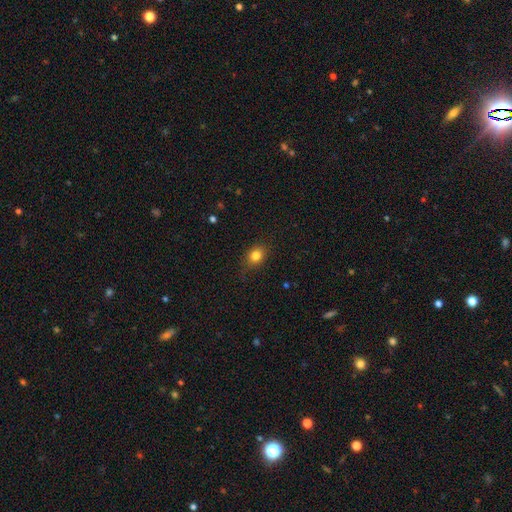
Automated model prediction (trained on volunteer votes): Smooth or featured?
  - smooth: 81% *
  - star or artifact: 12%
  - featured or disk: 8%
How rounded?
  - round: 52% *
  - in between: 47%
  - cigar-shaped: 1%
Merging?
  - none: 80% *
  - minor disturbance: 15%
  - major disturbance: 4%
  - merger: 1%